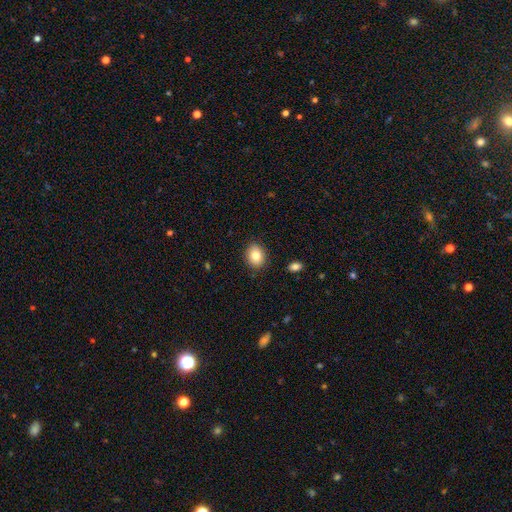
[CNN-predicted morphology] Q: Smooth or featured?
A: smooth (82%); runner-up: featured or disk (9%)
Q: How rounded?
A: in between (51%); runner-up: round (48%)
Q: Merging?
A: none (88%); runner-up: minor disturbance (9%)